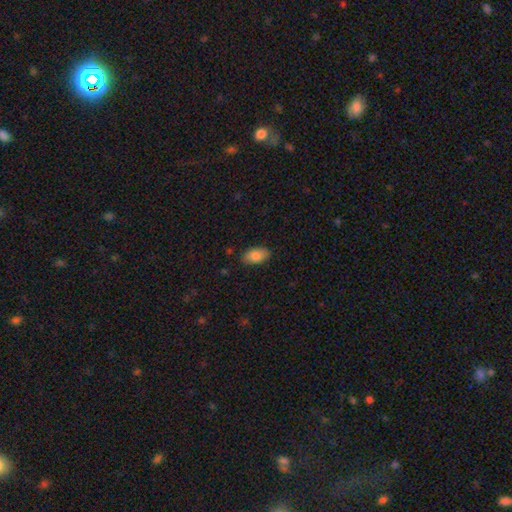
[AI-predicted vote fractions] A smooth galaxy with no disk features (86%) that is in between round and cigar-shaped (94%).

Vote fractions:
- Smooth or featured? smooth: 86% / featured or disk: 8% / star or artifact: 7%
- How rounded? in between: 94% / round: 4% / cigar-shaped: 3%
- Merging? none: 86% / minor disturbance: 10% / major disturbance: 2% / merger: 1%